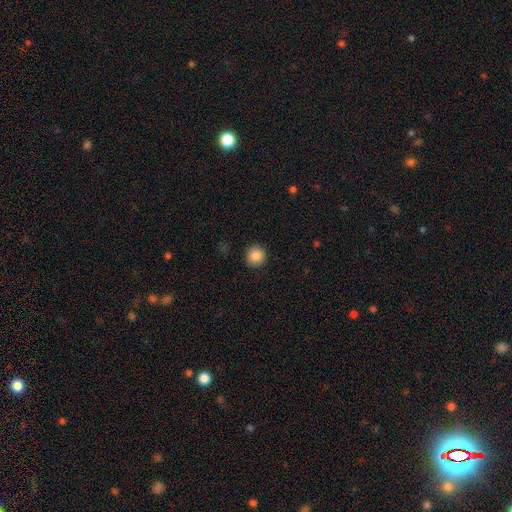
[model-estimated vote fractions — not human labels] smooth 86%, star or artifact 9%, featured or disk 5%. Down the decision tree: how rounded — round (91%); merging — none (91%).